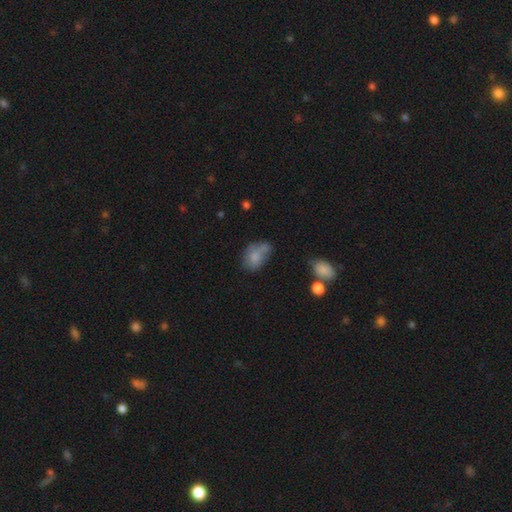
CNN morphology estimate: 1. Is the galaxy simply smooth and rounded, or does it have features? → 71% smooth, 20% featured or disk, 10% star or artifact.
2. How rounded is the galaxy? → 79% in between, 19% round, 1% cigar-shaped.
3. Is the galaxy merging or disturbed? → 37% none, 30% minor disturbance, 17% merger, 16% major disturbance.